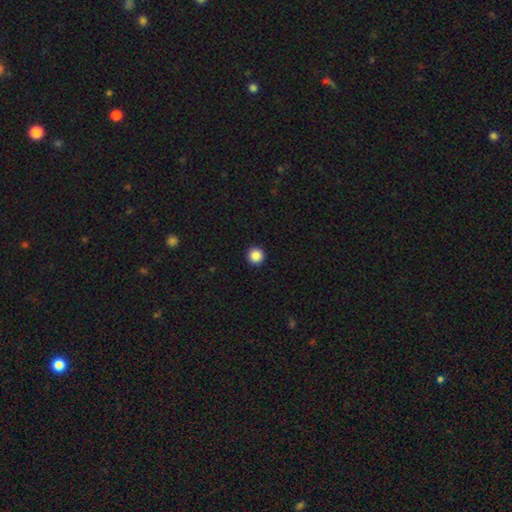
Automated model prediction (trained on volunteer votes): Overall: smooth (88%). How rounded: round (96%). Merging: none (94%).